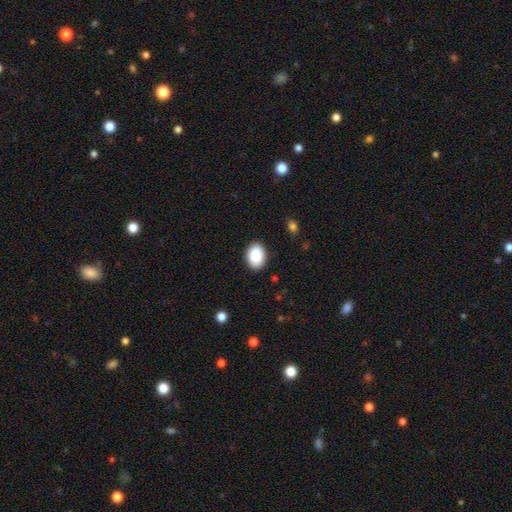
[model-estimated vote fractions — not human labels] Q: Smooth or featured?
A: smooth (89%); runner-up: star or artifact (7%)
Q: How rounded?
A: in between (76%); runner-up: round (23%)
Q: Merging?
A: none (89%); runner-up: minor disturbance (8%)